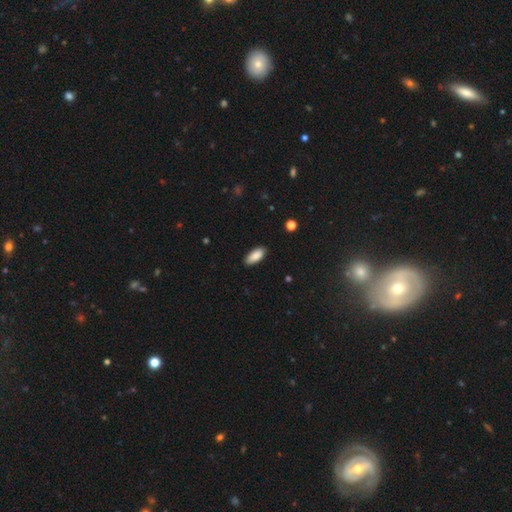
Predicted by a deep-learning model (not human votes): Smooth or featured? smooth (88%)
How rounded? in between (87%)
Merging? none (87%)